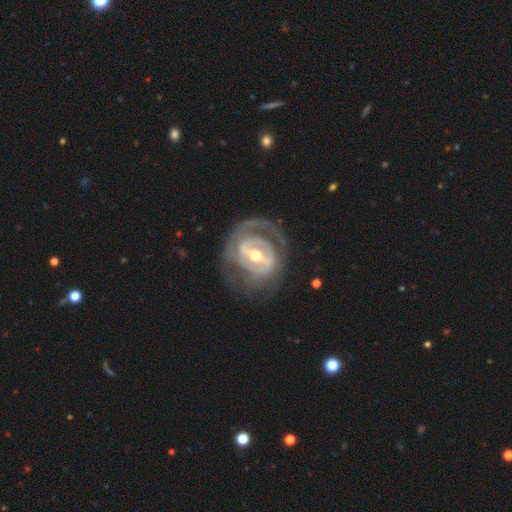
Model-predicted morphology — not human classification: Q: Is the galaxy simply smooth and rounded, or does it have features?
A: featured or disk — 86%.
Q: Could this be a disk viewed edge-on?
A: no — 96%.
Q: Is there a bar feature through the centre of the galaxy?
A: strong — 50%.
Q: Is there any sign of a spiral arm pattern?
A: yes — 83%.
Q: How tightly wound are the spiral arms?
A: tight — 57%.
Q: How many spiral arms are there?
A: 2 — 53%.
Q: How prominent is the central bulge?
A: moderate — 64%.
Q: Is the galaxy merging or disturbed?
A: none — 66%.